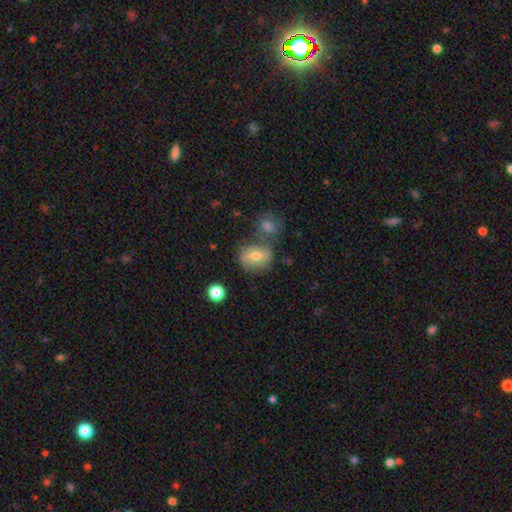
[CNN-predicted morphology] Overall: smooth (64%; featured or disk 26%). How rounded: round (57%; in between 42%). Merging: none (53%; merger 26%).